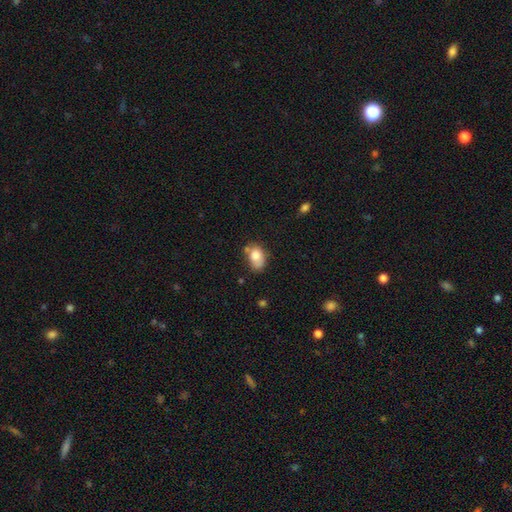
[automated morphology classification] A smooth galaxy with no disk features (77%) that is in between round and cigar-shaped (79%). Merging: none (42%).